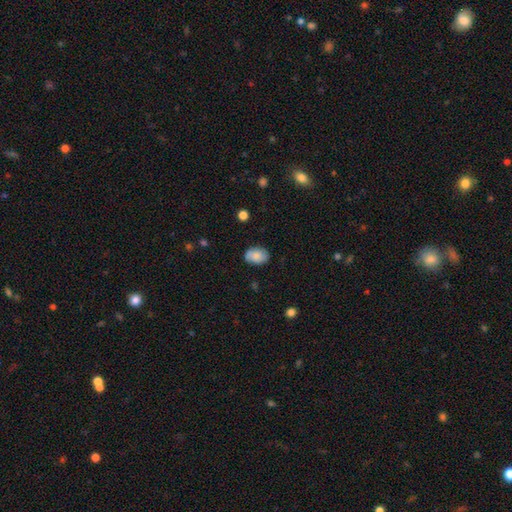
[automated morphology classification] A smooth galaxy with no disk features (81%) that is in between round and cigar-shaped (81%).

Vote fractions:
- Smooth or featured? smooth: 81% / featured or disk: 12% / star or artifact: 7%
- How rounded? in between: 81% / round: 18% / cigar-shaped: 1%
- Merging? none: 80% / minor disturbance: 15% / major disturbance: 3% / merger: 1%